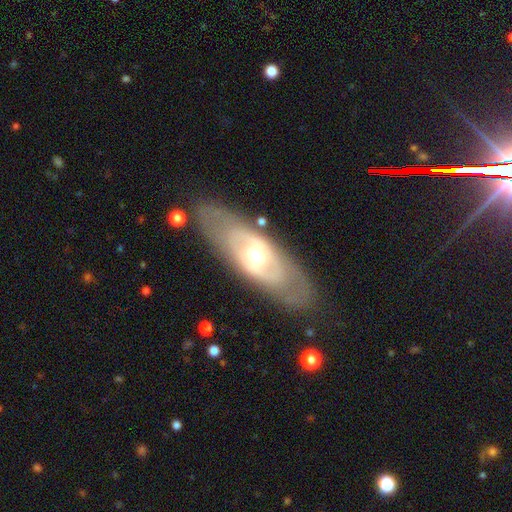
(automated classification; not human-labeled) Q: Smooth or featured?
A: featured or disk (66%); runner-up: smooth (29%)
Q: Edge-on disk?
A: no (80%); runner-up: yes (20%)
Q: Bar?
A: no (66%); runner-up: weak (23%)
Q: Spiral arms?
A: no (77%); runner-up: yes (23%)
Q: Bulge size?
A: moderate (70%); runner-up: small (14%)
Q: Merging?
A: none (82%); runner-up: minor disturbance (12%)